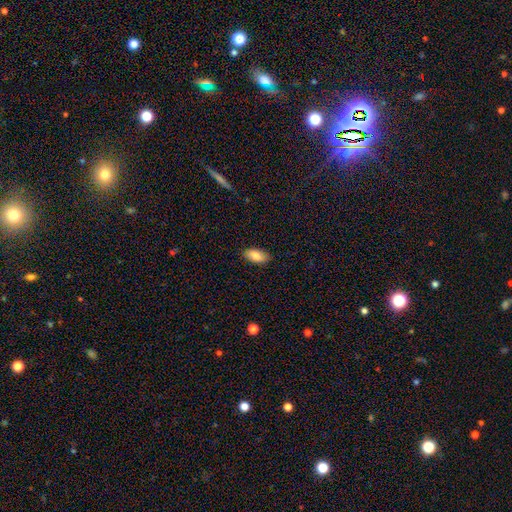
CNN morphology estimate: type=smooth (86%); roundness=in between (91%); merging=none (88%).